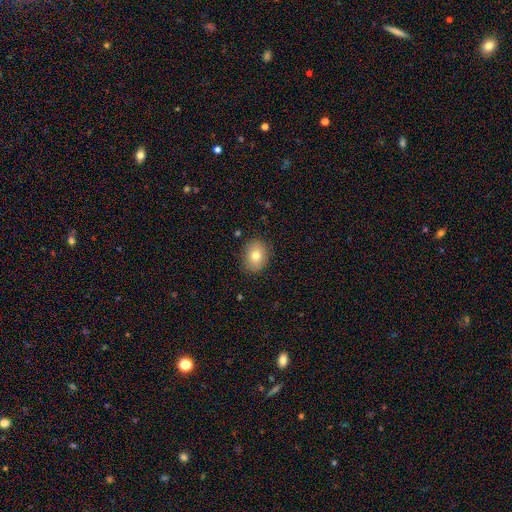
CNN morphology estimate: A smooth galaxy with no disk features (77%) that is in between round and cigar-shaped (52%).

Vote fractions:
- Smooth or featured? smooth: 77% / featured or disk: 13% / star or artifact: 10%
- How rounded? in between: 52% / round: 47% / cigar-shaped: 1%
- Merging? none: 87% / minor disturbance: 10% / major disturbance: 2% / merger: 1%